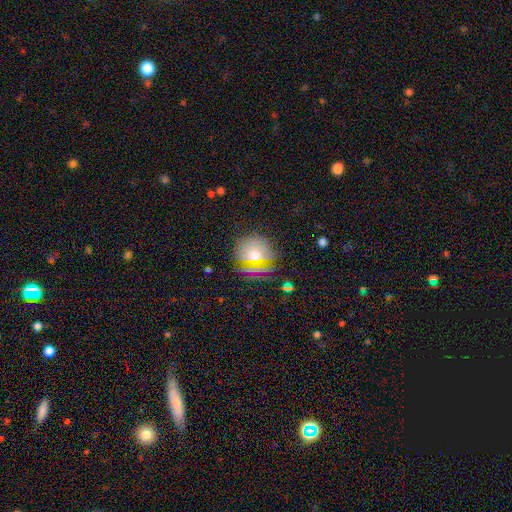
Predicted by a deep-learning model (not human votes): The model was most divided on "smooth or featured": smooth: 62%, star or artifact: 24%, featured or disk: 14%. More confident: how rounded — round (83%); merging — none (76%).